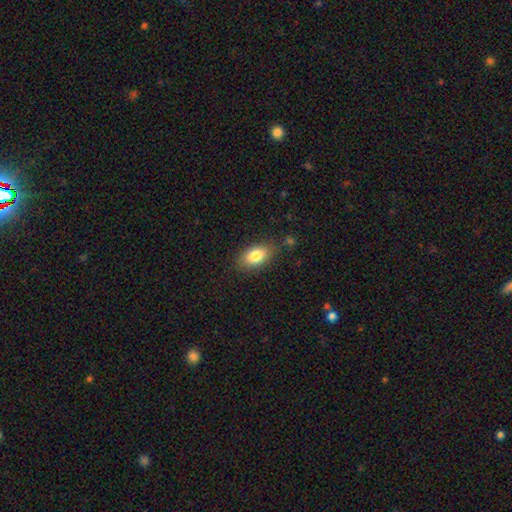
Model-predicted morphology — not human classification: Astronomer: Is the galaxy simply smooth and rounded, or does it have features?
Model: smooth — 82%.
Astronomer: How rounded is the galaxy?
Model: in between — 90%.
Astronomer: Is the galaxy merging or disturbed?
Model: none — 81%.